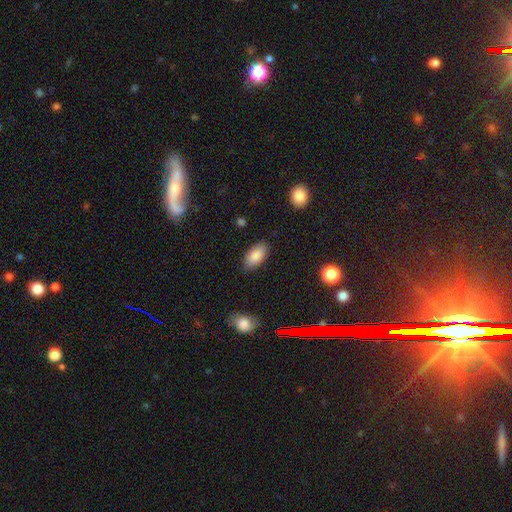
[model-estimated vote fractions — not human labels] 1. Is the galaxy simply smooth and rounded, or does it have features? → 88% smooth, 7% star or artifact, 5% featured or disk.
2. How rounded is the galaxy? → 94% in between, 3% round, 3% cigar-shaped.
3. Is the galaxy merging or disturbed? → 86% none, 10% minor disturbance, 3% major disturbance, 1% merger.